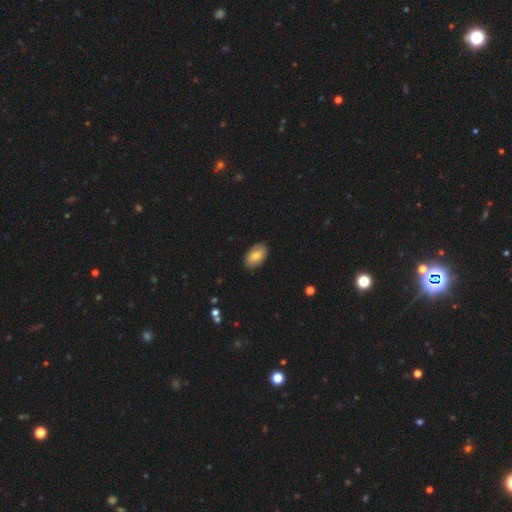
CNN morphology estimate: Smooth or featured?
  - smooth: 78% *
  - featured or disk: 15%
  - star or artifact: 7%
How rounded?
  - in between: 92% *
  - round: 7%
  - cigar-shaped: 1%
Merging?
  - none: 88% *
  - minor disturbance: 9%
  - major disturbance: 2%
  - merger: 1%